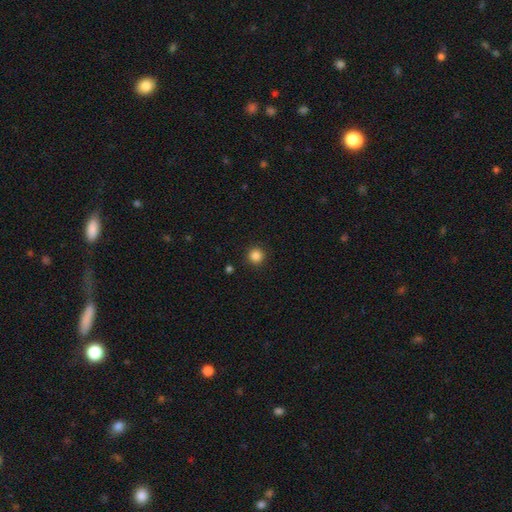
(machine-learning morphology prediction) type=smooth (85%); roundness=round (96%); merging=none (93%).